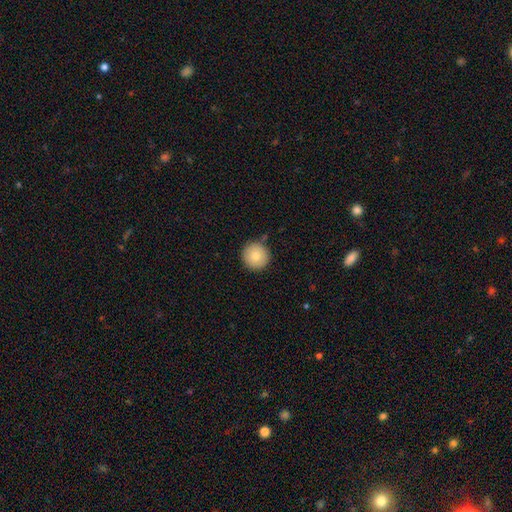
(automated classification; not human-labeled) Smooth or featured: smooth — 81% (featured or disk — 11%)
How rounded: round — 96% (in between — 3%)
Merging: none — 87% (minor disturbance — 8%)